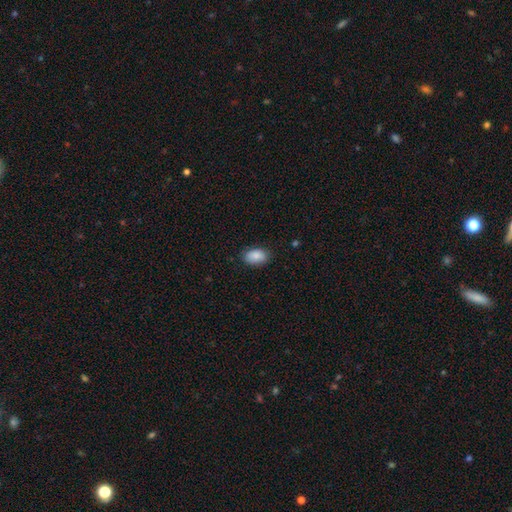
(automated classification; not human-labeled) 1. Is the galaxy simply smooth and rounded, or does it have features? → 88% smooth, 7% star or artifact, 5% featured or disk.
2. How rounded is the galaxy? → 90% in between, 9% round, 1% cigar-shaped.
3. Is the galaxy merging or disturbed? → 85% none, 12% minor disturbance, 3% major disturbance, 1% merger.